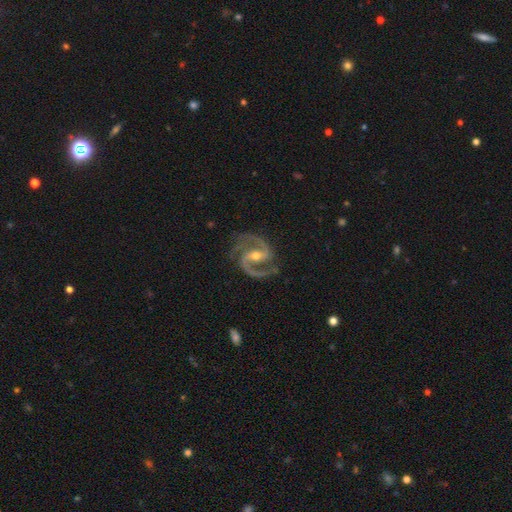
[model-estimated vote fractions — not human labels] Smooth or featured? Predicted: featured or disk (p=0.94). Edge-on disk? Predicted: no (p=0.98). Bar? Predicted: weak (p=0.39). Spiral arms? Predicted: yes (p=0.99). Spiral winding? Predicted: medium (p=0.67). Spiral arm count? Predicted: 2 (p=0.87). Bulge size? Predicted: moderate (p=0.56). Merging? Predicted: none (p=0.77).